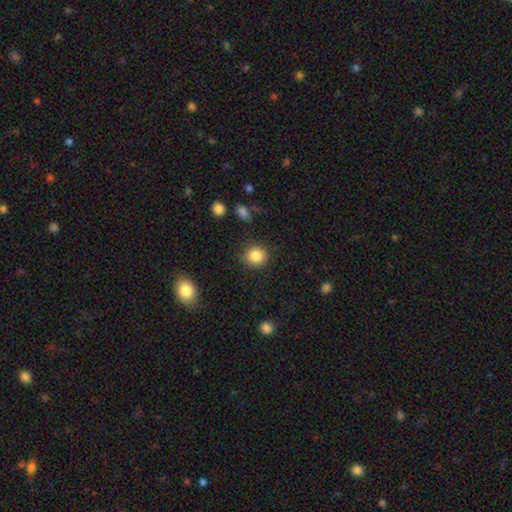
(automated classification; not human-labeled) The model was most divided on "smooth or featured": smooth: 85%, star or artifact: 10%, featured or disk: 5%. More confident: how rounded — round (88%); merging — none (88%).